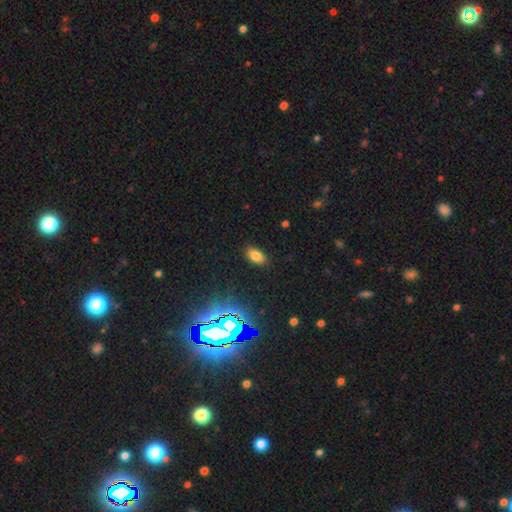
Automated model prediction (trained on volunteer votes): This appears to be a smooth galaxy with no disk features (76%) that is in between round and cigar-shaped (91%). Merging: none (88%).